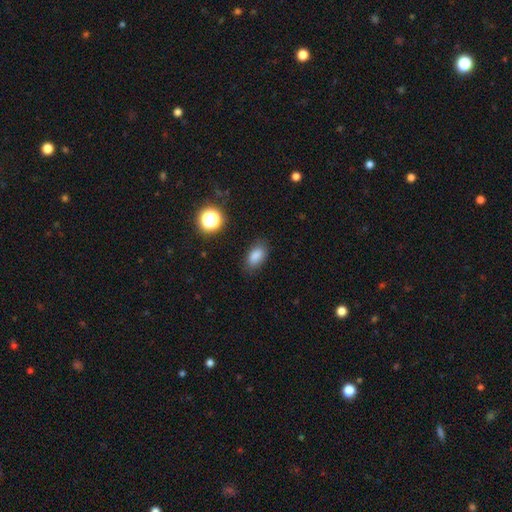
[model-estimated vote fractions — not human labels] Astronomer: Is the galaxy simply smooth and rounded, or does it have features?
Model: smooth — 84%.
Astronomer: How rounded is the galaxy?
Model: in between — 90%.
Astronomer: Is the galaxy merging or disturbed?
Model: none — 83%.